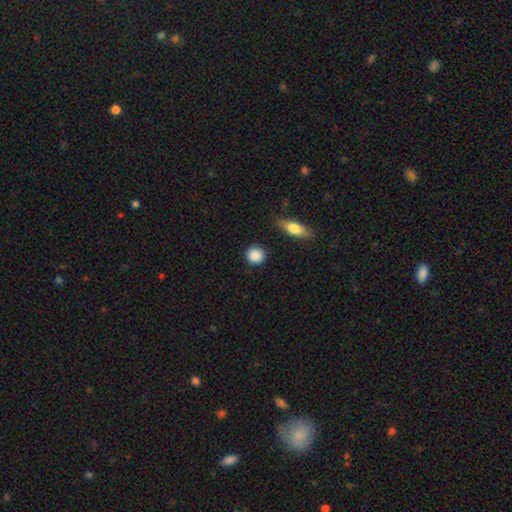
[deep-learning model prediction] Smooth or featured?
  - smooth: 88% *
  - star or artifact: 8%
  - featured or disk: 4%
How rounded?
  - round: 91% *
  - in between: 8%
  - cigar-shaped: 2%
Merging?
  - none: 89% *
  - minor disturbance: 7%
  - major disturbance: 2%
  - merger: 2%